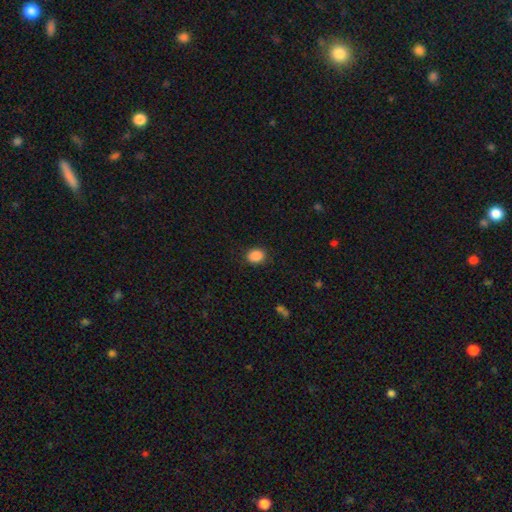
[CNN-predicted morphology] Q: Smooth or featured?
A: smooth (88%); runner-up: star or artifact (9%)
Q: How rounded?
A: round (52%); runner-up: in between (47%)
Q: Merging?
A: none (87%); runner-up: minor disturbance (9%)